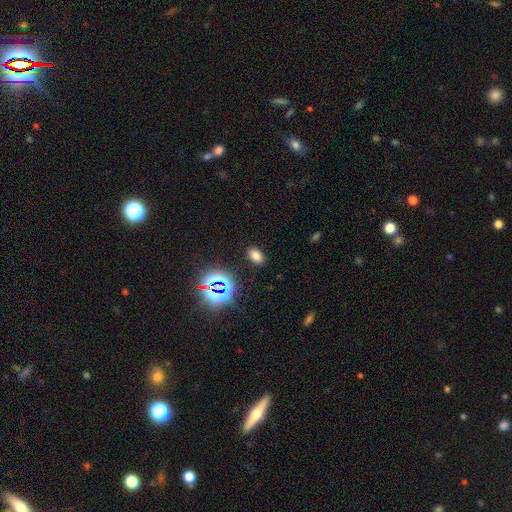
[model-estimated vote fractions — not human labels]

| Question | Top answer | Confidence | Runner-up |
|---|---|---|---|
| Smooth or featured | smooth | 70% | star or artifact (23%) |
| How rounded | in between | 85% | round (13%) |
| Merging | none | 87% | minor disturbance (8%) |